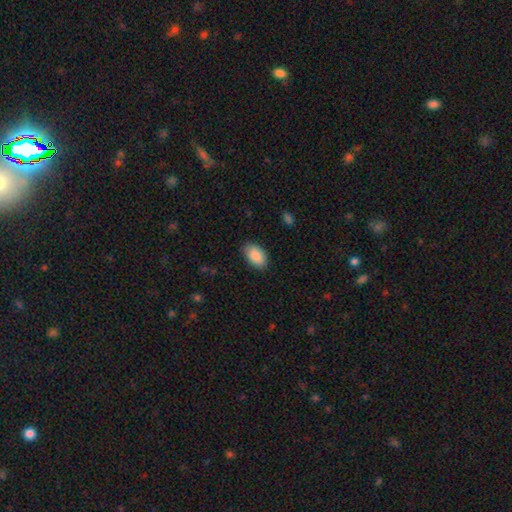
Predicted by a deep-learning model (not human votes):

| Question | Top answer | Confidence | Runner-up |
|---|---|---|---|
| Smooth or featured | smooth | 90% | star or artifact (6%) |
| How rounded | in between | 92% | round (6%) |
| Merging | none | 86% | minor disturbance (11%) |